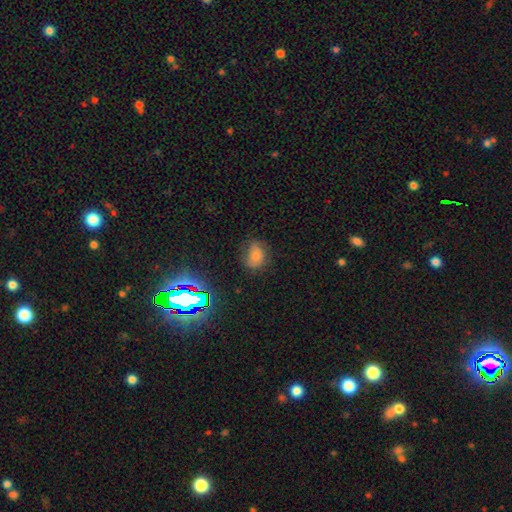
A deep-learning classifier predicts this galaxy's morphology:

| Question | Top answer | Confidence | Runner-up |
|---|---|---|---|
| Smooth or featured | smooth | 56% | star or artifact (25%) |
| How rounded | in between | 53% | round (46%) |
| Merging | none | 66% | minor disturbance (23%) |